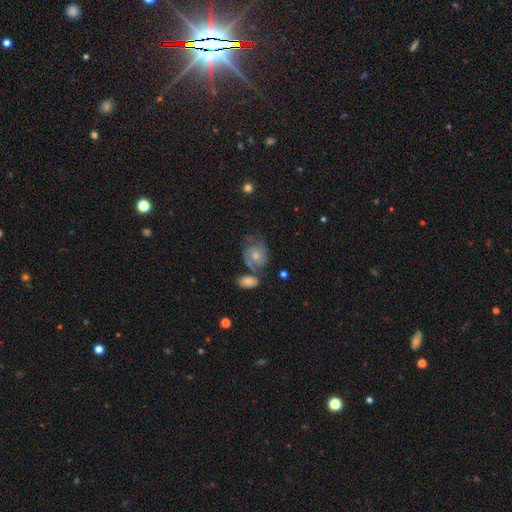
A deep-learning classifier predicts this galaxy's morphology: A featured or disk galaxy (61%) with no bar (74%), 2 (52%) tight (49%) spiral arms (86%) and a moderate central bulge (48%). Merging: none (48%).